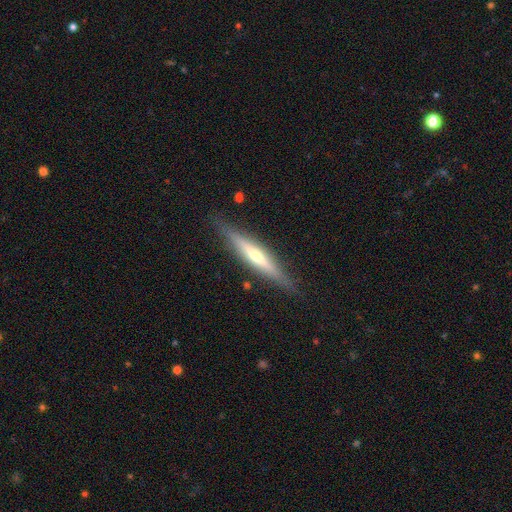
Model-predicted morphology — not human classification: Q: Smooth or featured?
A: featured or disk (65%); runner-up: smooth (29%)
Q: Edge-on disk?
A: yes (96%); runner-up: no (4%)
Q: Edge-on bulge?
A: rounded (67%); runner-up: none (22%)
Q: Merging?
A: none (87%); runner-up: minor disturbance (10%)